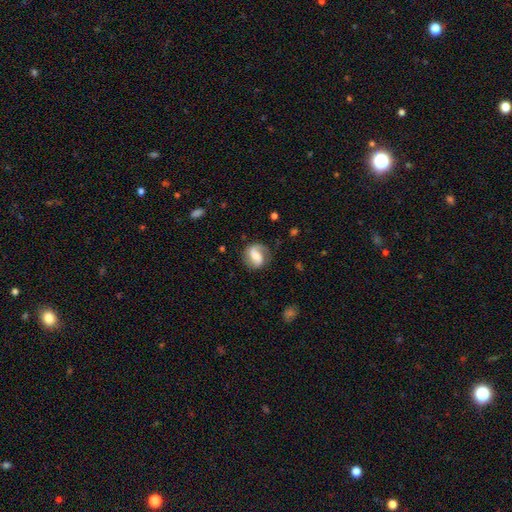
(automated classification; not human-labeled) smooth-or-featured: featured or disk: 69% | smooth: 24% | star or artifact: 7%
  disk-edge-on: no: 97% | yes: 3%
    bar: weak: 45% | strong: 28% | no: 27%
    has-spiral-arms: yes: 91% | no: 9%
      spiral-winding: medium: 42% | loose: 36% | tight: 22%
      spiral-arm-count: 2: 67% | 1: 26% | can't tell: 5% | 3: 1% | 4: 1% | more than 4: 1%
    bulge-size: moderate: 47% | small: 30% | large: 13% | none: 8% | dominant: 2%
  merging: none: 72% | minor disturbance: 18% | major disturbance: 9% | merger: 2%